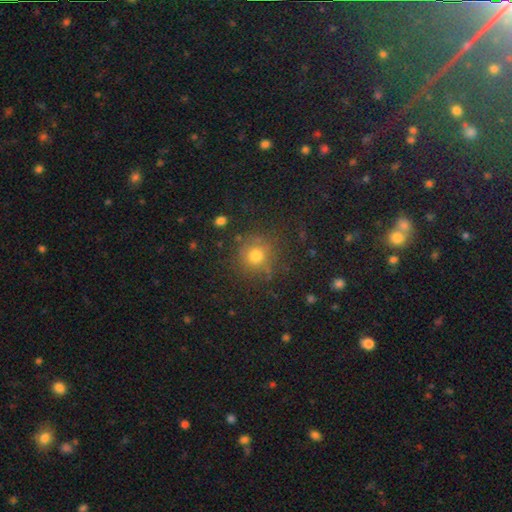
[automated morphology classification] type=smooth (73%); roundness=round (91%); merging=none (80%).